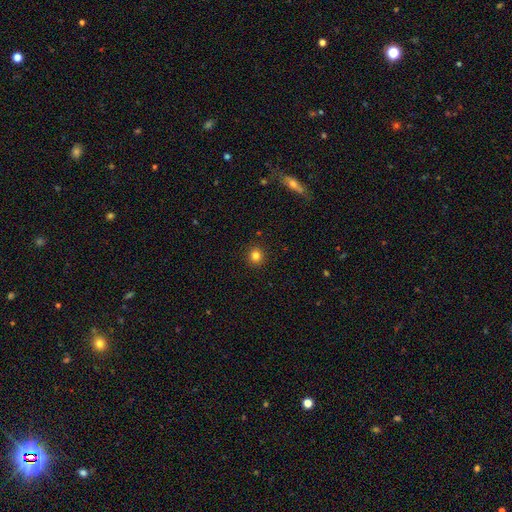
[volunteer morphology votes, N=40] smooth_or_featured: smooth (p=0.82) [alt: featured or disk p=0.10]
how_rounded: round (p=0.91) [alt: in between p=0.09]
merging: none (p=1.00)